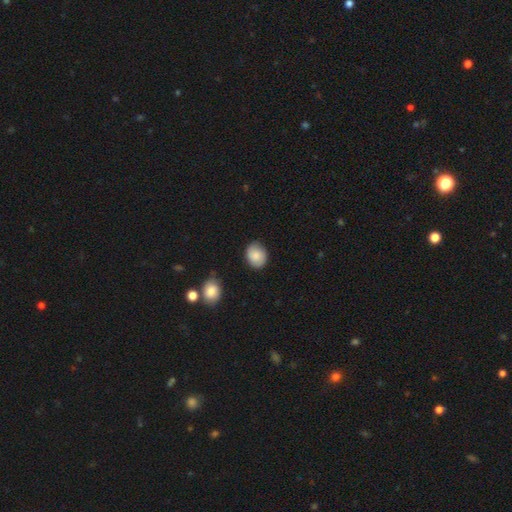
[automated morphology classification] This is clearly a smooth galaxy (84%). How rounded: possibly round (52%). Merging: clearly none (81%).